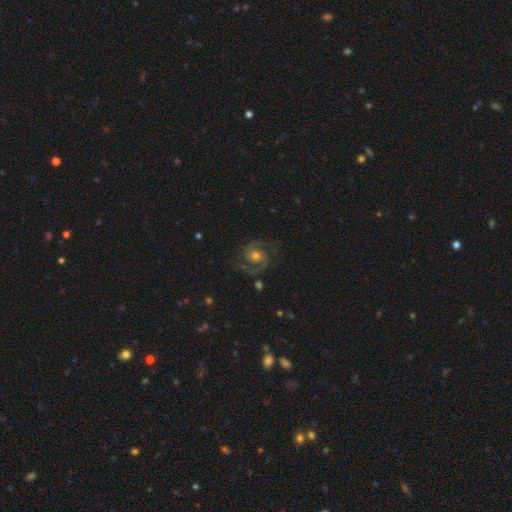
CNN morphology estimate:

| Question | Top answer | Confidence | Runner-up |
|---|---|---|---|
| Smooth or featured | featured or disk | 88% | star or artifact (6%) |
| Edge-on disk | no | 98% | yes (2%) |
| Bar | no | 67% | weak (26%) |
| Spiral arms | yes | 98% | no (2%) |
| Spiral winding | medium | 57% | tight (31%) |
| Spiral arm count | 2 | 92% | can't tell (2%) |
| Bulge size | moderate | 67% | small (22%) |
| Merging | none | 80% | minor disturbance (12%) |